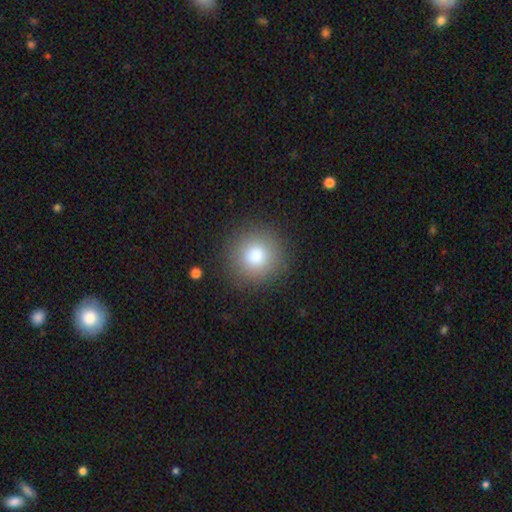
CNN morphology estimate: smooth 81%, star or artifact 11%, featured or disk 8%. Down the decision tree: how rounded — round (94%); merging — none (89%).